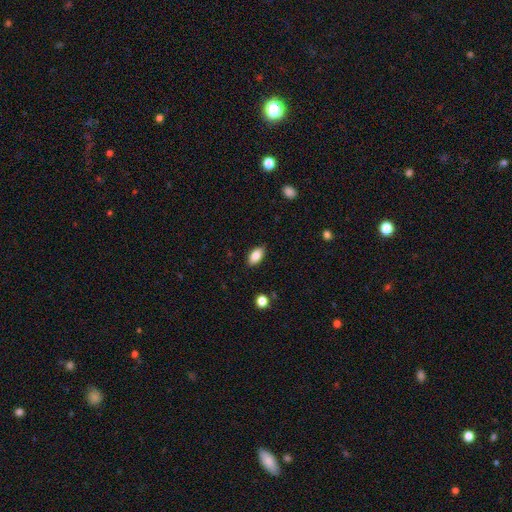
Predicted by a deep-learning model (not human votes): smooth 86%, star or artifact 8%, featured or disk 7%. Down the decision tree: how rounded — in between (92%); merging — none (88%).